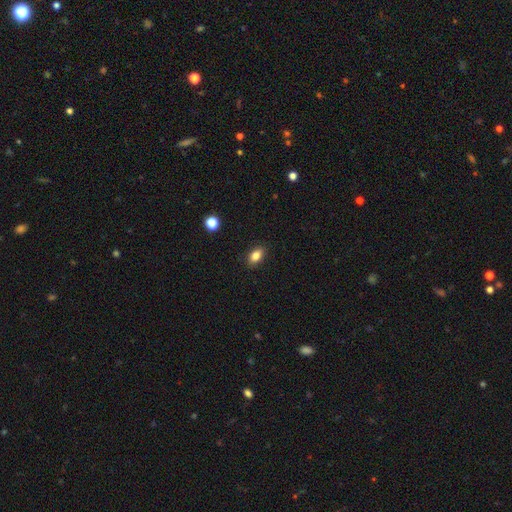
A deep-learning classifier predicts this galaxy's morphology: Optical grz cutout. It shows a smooth galaxy with no disk features (83%) that is in between round and cigar-shaped (86%). Merging: none (89%).